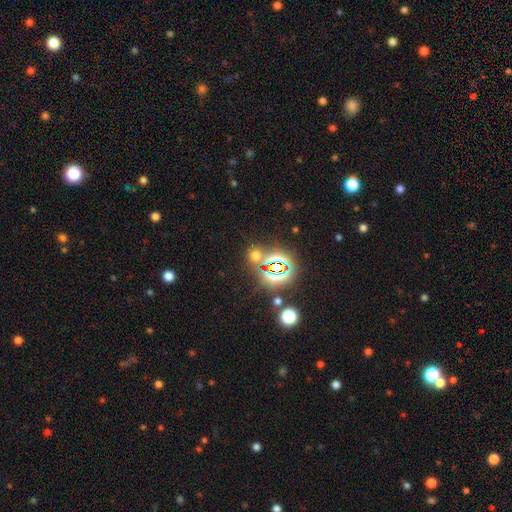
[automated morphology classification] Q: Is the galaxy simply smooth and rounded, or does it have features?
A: star or artifact — 49%.